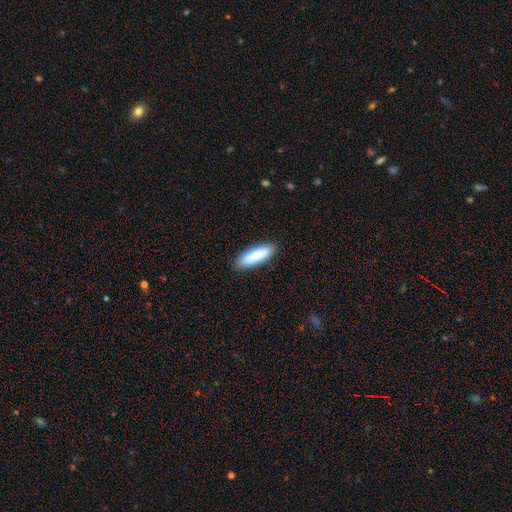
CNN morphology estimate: The model was most divided on "how rounded": cigar-shaped: 59%, in between: 40%, round: 1%. More confident: merging — none (88%); smooth or featured — smooth (87%).